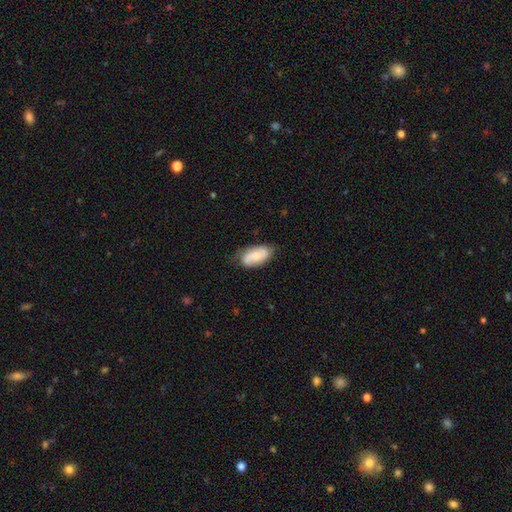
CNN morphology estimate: smooth-or-featured: smooth: 53% | featured or disk: 41% | star or artifact: 7%
  how-rounded: in between: 92% | cigar-shaped: 5% | round: 3%
  merging: none: 73% | minor disturbance: 21% | major disturbance: 5% | merger: 2%